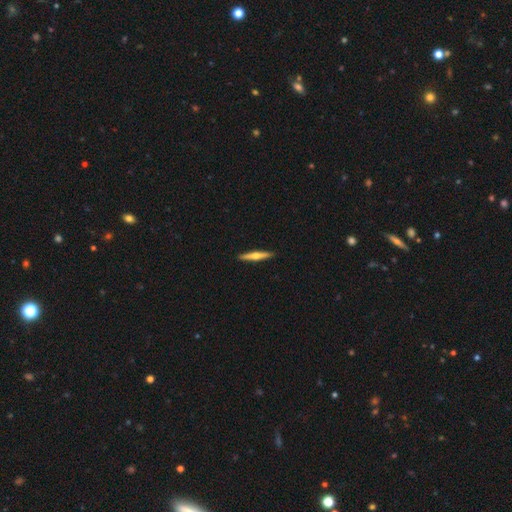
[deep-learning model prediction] This is possibly a featured or disk galaxy (56%). It is clearly viewed edge-on (97%). Edge-on bulge: clearly rounded (90%). Merging: clearly none (92%).